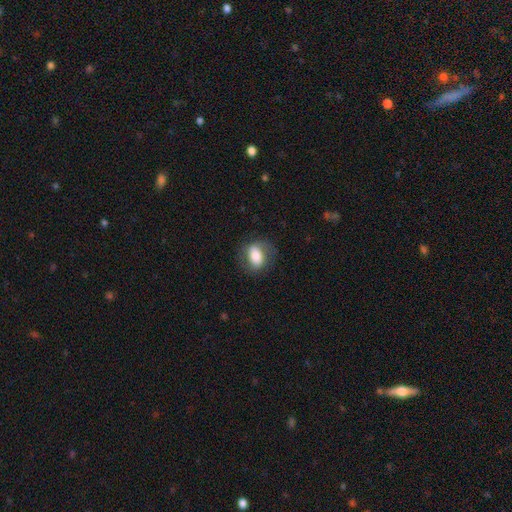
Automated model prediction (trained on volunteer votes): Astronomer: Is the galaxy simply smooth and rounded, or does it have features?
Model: smooth — 62%.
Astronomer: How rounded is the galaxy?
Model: in between — 69%.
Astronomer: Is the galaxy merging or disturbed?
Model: none — 74%.